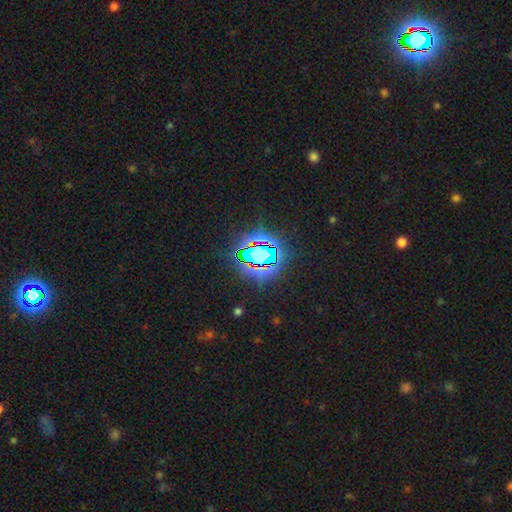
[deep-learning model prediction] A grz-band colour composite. It shows a star or artifact, not a galaxy (76%).